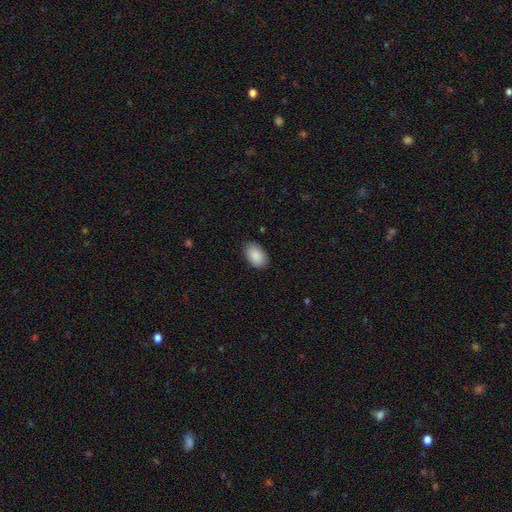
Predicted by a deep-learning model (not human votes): Smooth or featured?
  - smooth: 89% *
  - star or artifact: 6%
  - featured or disk: 5%
How rounded?
  - in between: 92% *
  - round: 7%
  - cigar-shaped: 1%
Merging?
  - none: 87% *
  - minor disturbance: 10%
  - major disturbance: 2%
  - merger: 1%